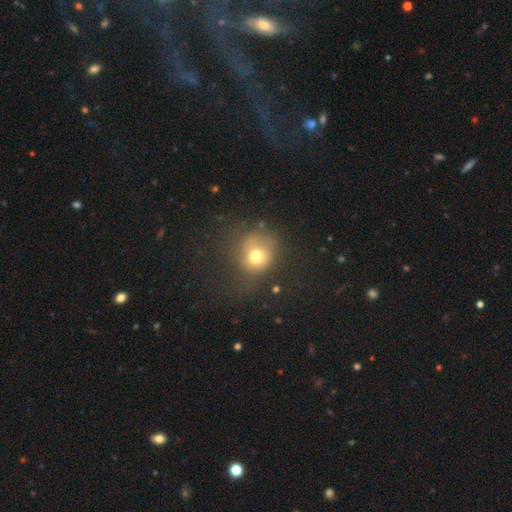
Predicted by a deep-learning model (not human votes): The model was most divided on "merging": none: 57%, minor disturbance: 22%, major disturbance: 18%, merger: 3%. More confident: how rounded — round (82%); smooth or featured — smooth (70%).